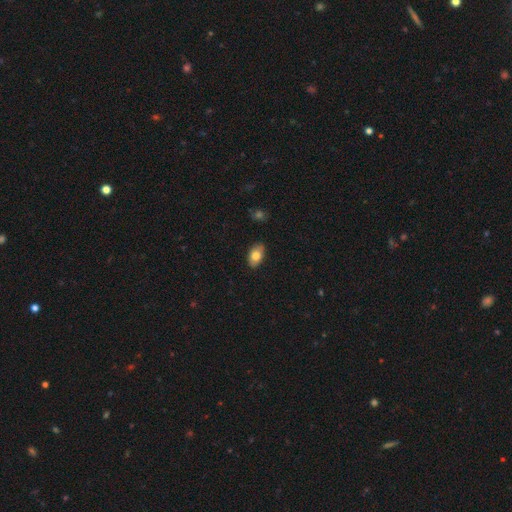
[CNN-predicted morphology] Overall: smooth (80%). How rounded: in between (92%). Merging: none (86%).